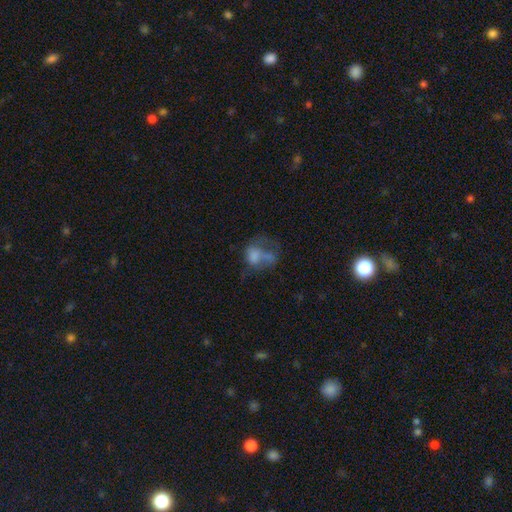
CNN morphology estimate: This is possibly a smooth galaxy (53%). How rounded: likely in between (63%). Merging: marginally major disturbance (41%).